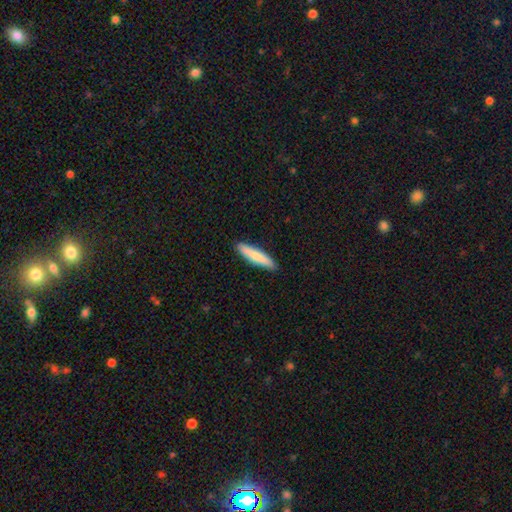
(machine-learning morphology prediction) Smooth or featured?
  - smooth: 80% *
  - featured or disk: 15%
  - star or artifact: 5%
How rounded?
  - cigar-shaped: 87% *
  - in between: 12%
  - round: 1%
Merging?
  - none: 90% *
  - minor disturbance: 8%
  - major disturbance: 1%
  - merger: 1%